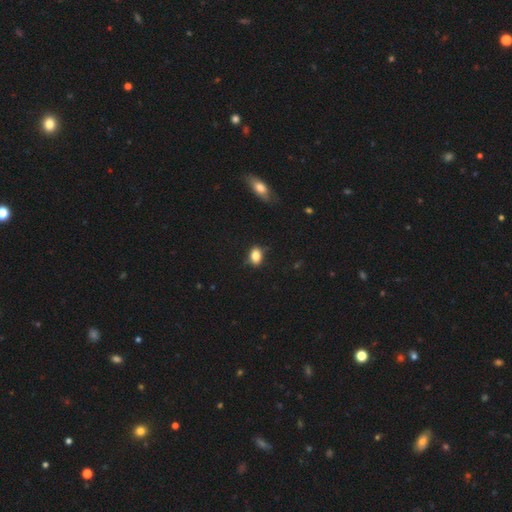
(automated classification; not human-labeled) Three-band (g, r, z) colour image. It shows a smooth galaxy with no disk features (82%) that is in between round and cigar-shaped (76%). Merging: none (75%).